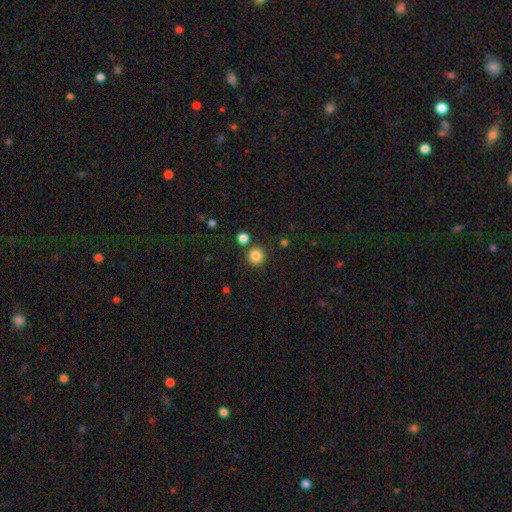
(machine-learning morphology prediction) Smooth or featured?
  - smooth: 85% *
  - star or artifact: 11%
  - featured or disk: 4%
How rounded?
  - round: 94% *
  - in between: 6%
  - cigar-shaped: 1%
Merging?
  - none: 83% *
  - merger: 7%
  - minor disturbance: 7%
  - major disturbance: 3%